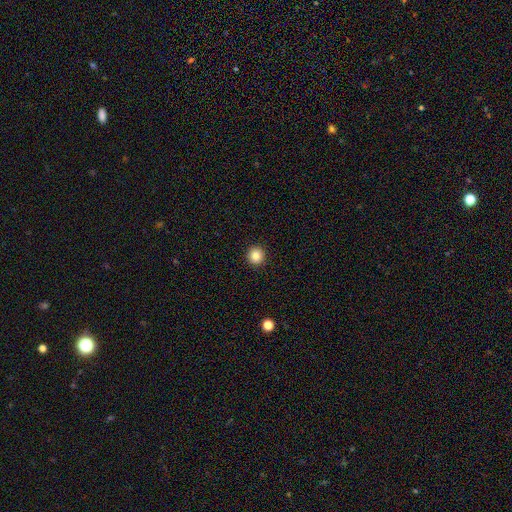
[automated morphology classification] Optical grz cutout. It shows a smooth galaxy with no disk features (86%) that is round (94%). Merging: none (93%).